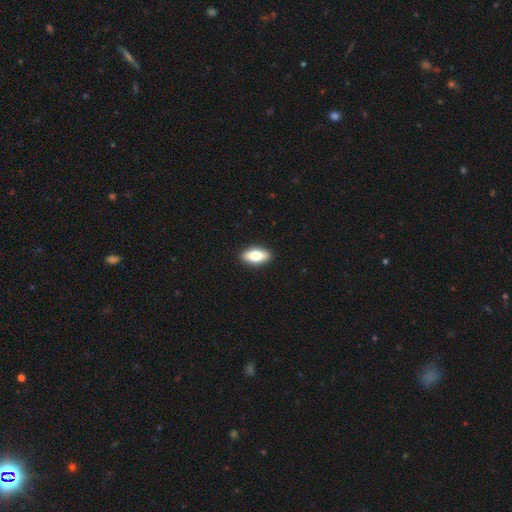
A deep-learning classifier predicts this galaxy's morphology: Smooth or featured? Predicted: smooth (p=0.71). How rounded? Predicted: in between (p=0.84). Merging? Predicted: none (p=0.91).